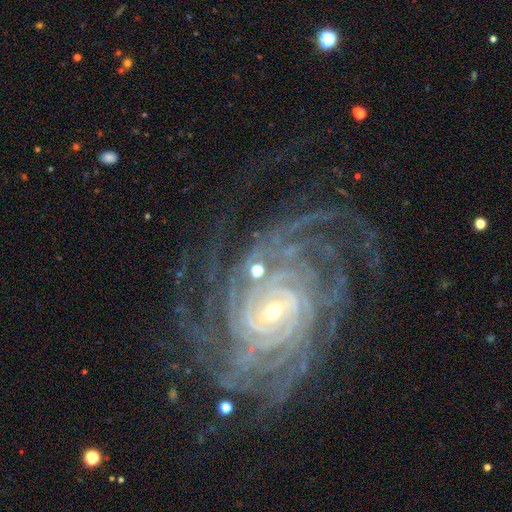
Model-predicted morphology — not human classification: A featured or disk galaxy (91%) with no bar (48%), more than 4 (40%) tight (76%) spiral arms (98%) and a small central bulge (73%).

Vote fractions:
- Smooth or featured? featured or disk: 91% / star or artifact: 6% / smooth: 3%
- Edge-on disk? no: 97% / yes: 3%
- Bar? no: 48% / weak: 33% / strong: 18%
- Spiral arms? yes: 98% / no: 2%
- Spiral winding? tight: 76% / medium: 20% / loose: 4%
- Spiral arm count? more than 4: 40% / 4: 20% / can't tell: 15% / 3: 9% / 2: 8% / 1: 7%
- Bulge size? small: 73% / moderate: 23% / large: 2% / none: 1% / dominant: 1%
- Merging? none: 73% / minor disturbance: 15% / major disturbance: 10% / merger: 2%